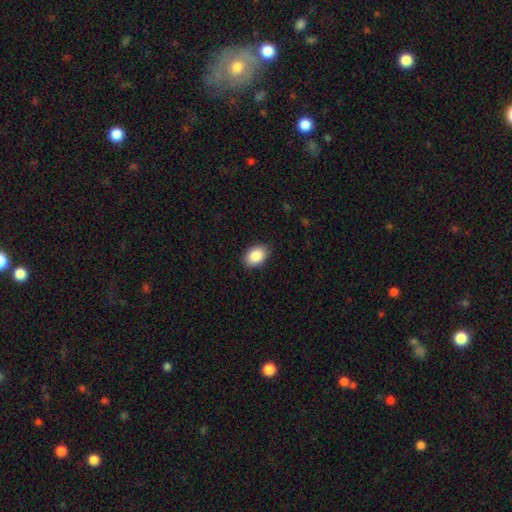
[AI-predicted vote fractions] A smooth galaxy with no disk features (89%) that is in between round and cigar-shaped (82%). Merging: none (88%).